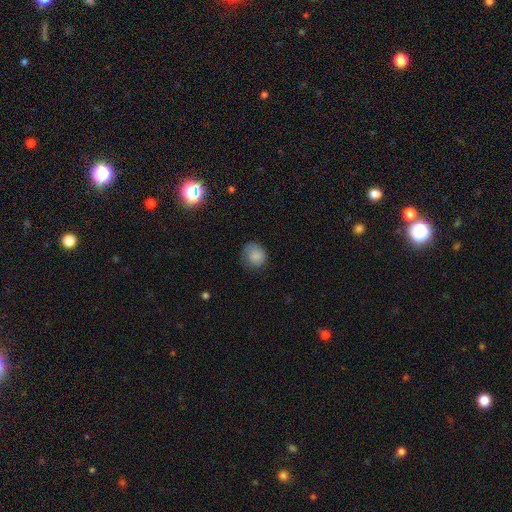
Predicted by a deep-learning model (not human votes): This appears to be a smooth galaxy with no disk features (82%) that is round (76%). Merging: none (65%).